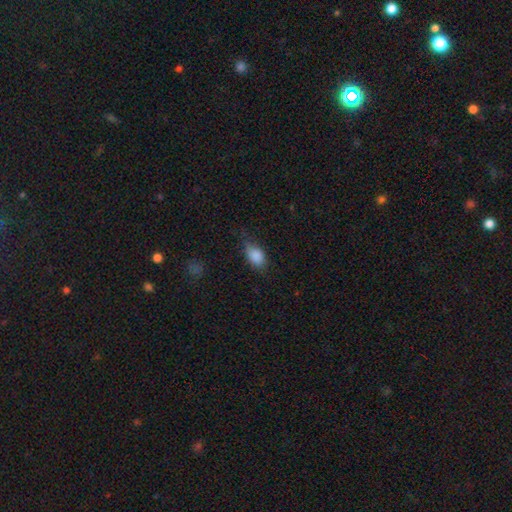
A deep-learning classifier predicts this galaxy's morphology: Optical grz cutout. It shows a smooth galaxy with no disk features (85%) that is in between round and cigar-shaped (86%). Merging: none (53%).